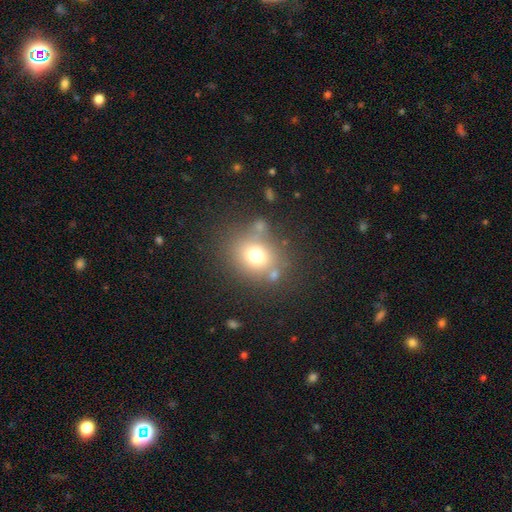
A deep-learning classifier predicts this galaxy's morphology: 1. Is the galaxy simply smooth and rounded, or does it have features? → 72% smooth, 15% star or artifact, 14% featured or disk.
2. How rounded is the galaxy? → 70% round, 29% in between, 1% cigar-shaped.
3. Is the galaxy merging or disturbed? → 67% none, 15% minor disturbance, 11% merger, 7% major disturbance.